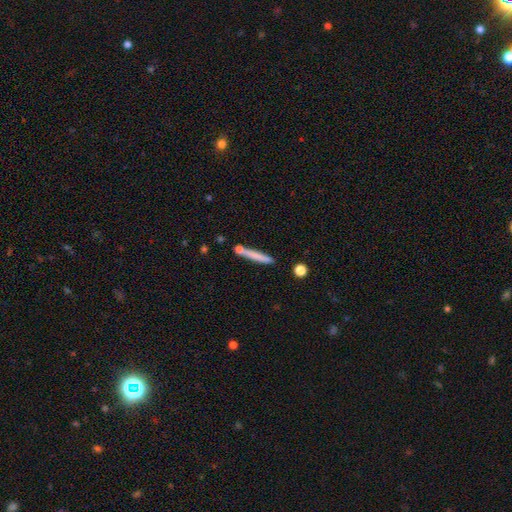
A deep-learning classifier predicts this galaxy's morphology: Smooth or featured? Predicted: smooth (p=0.70). How rounded? Predicted: cigar-shaped (p=0.95). Merging? Predicted: none (p=0.76).